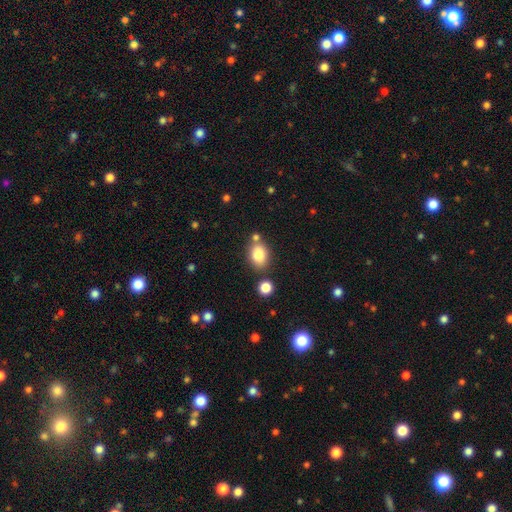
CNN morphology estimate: A smooth galaxy with no disk features (84%) that is in between round and cigar-shaped (70%). Merging: none (70%).